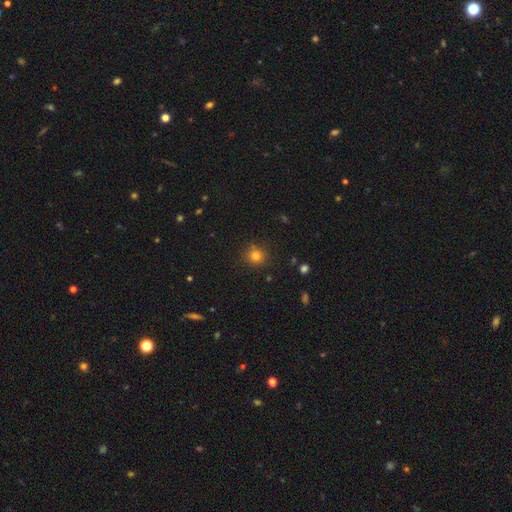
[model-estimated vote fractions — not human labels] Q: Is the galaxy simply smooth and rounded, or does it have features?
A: smooth — 79%.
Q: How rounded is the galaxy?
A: round — 91%.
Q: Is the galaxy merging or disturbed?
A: none — 85%.